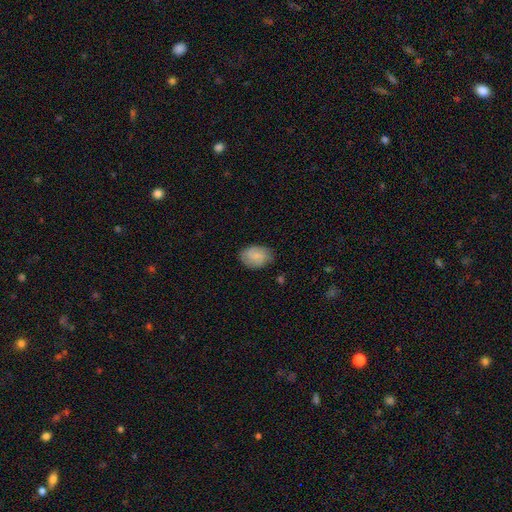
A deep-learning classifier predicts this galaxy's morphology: type=smooth (65%); roundness=in between (76%); merging=none (79%).